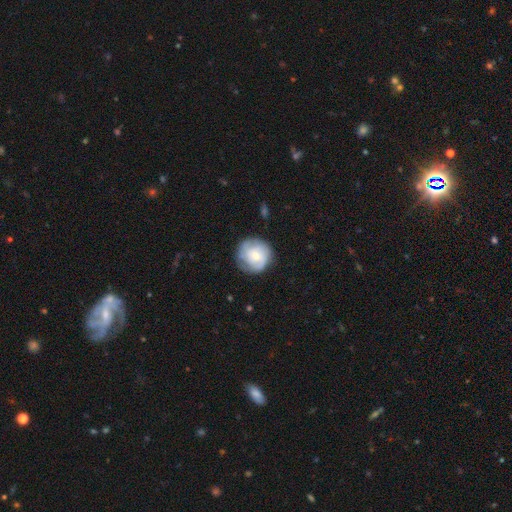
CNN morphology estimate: This is possibly a featured or disk galaxy (50%). It is clearly not viewed edge-on (97%). Merging: likely none (75%).